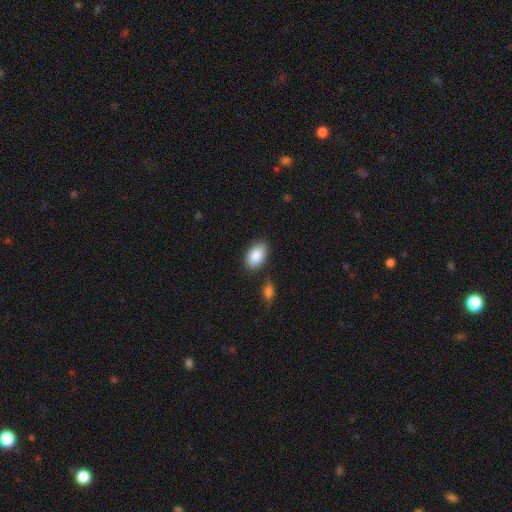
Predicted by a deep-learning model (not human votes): Morphology: type=smooth (87%); roundness=in between (92%); merging=none (80%).